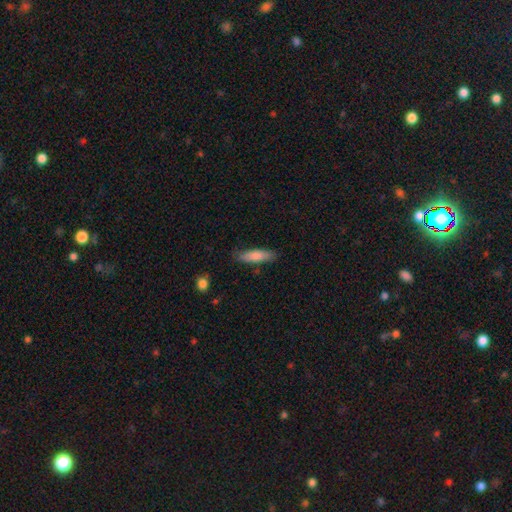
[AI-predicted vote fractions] smooth_or_featured: smooth (p=0.82) [alt: featured or disk p=0.12]
how_rounded: cigar-shaped (p=0.65) [alt: in between p=0.34]
merging: none (p=0.82) [alt: minor disturbance p=0.13]